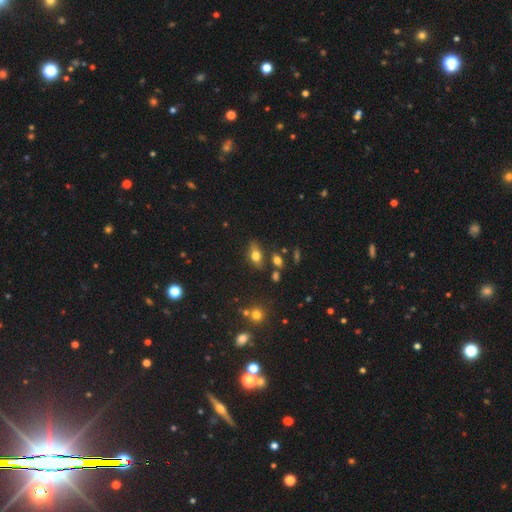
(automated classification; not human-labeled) Q: Smooth or featured?
A: smooth (70%); runner-up: featured or disk (18%)
Q: How rounded?
A: in between (81%); runner-up: round (11%)
Q: Merging?
A: none (72%); runner-up: minor disturbance (16%)